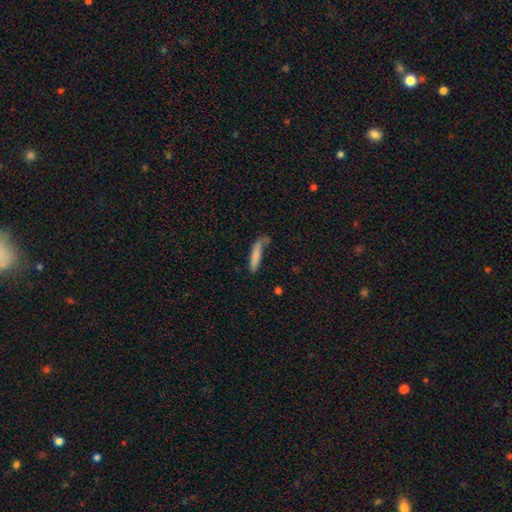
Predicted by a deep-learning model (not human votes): smooth-or-featured: smooth: 79% | featured or disk: 13% | star or artifact: 8%
  how-rounded: cigar-shaped: 82% | in between: 16% | round: 2%
  merging: none: 51% | minor disturbance: 24% | major disturbance: 14% | merger: 11%